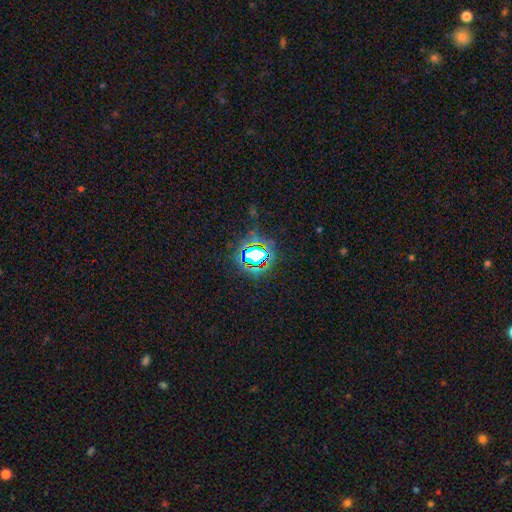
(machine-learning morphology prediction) Smooth or featured?
  - star or artifact: 67% *
  - smooth: 20%
  - featured or disk: 12%